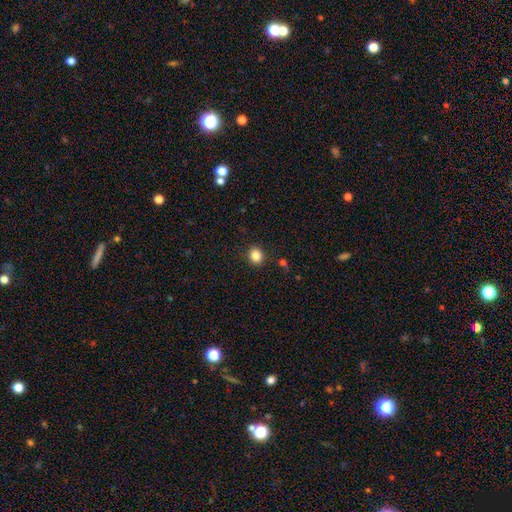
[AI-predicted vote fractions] This appears to be a smooth galaxy with no disk features (84%) that is round (81%). Merging: none (89%).